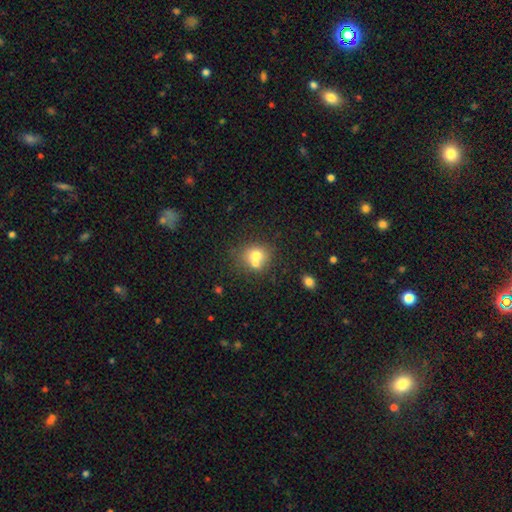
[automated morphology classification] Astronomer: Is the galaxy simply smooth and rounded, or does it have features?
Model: smooth — 68%.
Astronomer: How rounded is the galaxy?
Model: round — 75%.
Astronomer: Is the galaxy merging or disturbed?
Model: merger — 47% (runner-up: none, 40%).